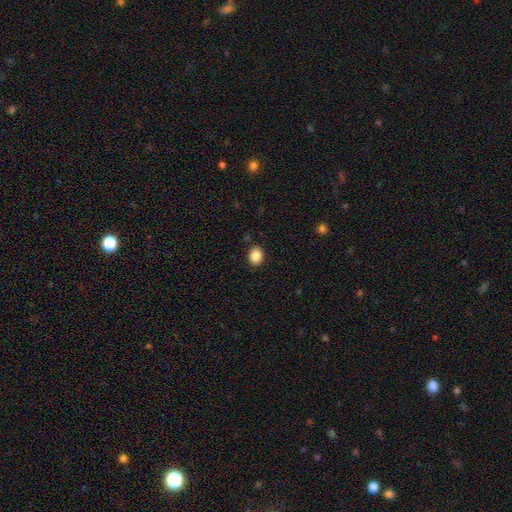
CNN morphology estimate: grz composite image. It shows a smooth galaxy with no disk features (87%) that is in between round and cigar-shaped (56%). Merging: none (89%).